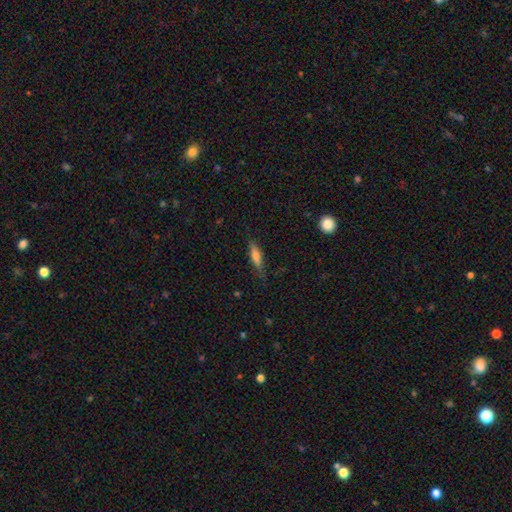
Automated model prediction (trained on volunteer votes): Smooth or featured: smooth — 67% (featured or disk — 25%)
How rounded: cigar-shaped — 68% (in between — 30%)
Merging: none — 75% (minor disturbance — 19%)